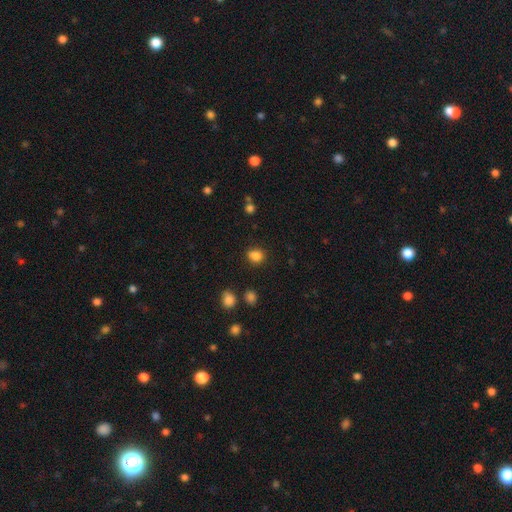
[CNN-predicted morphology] A smooth galaxy with no disk features (84%) that is round (58%).

Vote fractions:
- Smooth or featured? smooth: 84% / star or artifact: 12% / featured or disk: 4%
- How rounded? round: 58% / in between: 41% / cigar-shaped: 1%
- Merging? none: 76% / minor disturbance: 15% / merger: 5% / major disturbance: 4%